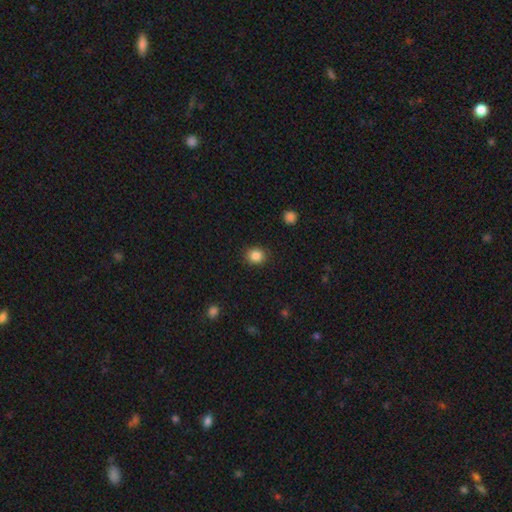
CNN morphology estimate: smooth 86%, star or artifact 10%, featured or disk 4%. Down the decision tree: how rounded — round (78%); merging — none (89%).